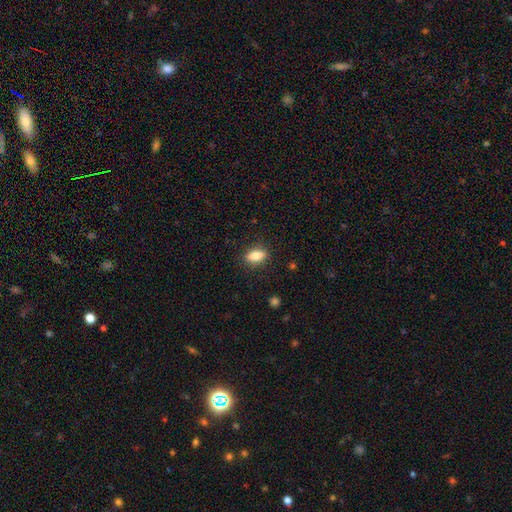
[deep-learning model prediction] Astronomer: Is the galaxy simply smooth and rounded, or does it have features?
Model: smooth — 78%.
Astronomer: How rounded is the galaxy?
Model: in between — 77%.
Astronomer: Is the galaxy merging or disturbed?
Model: none — 87%.